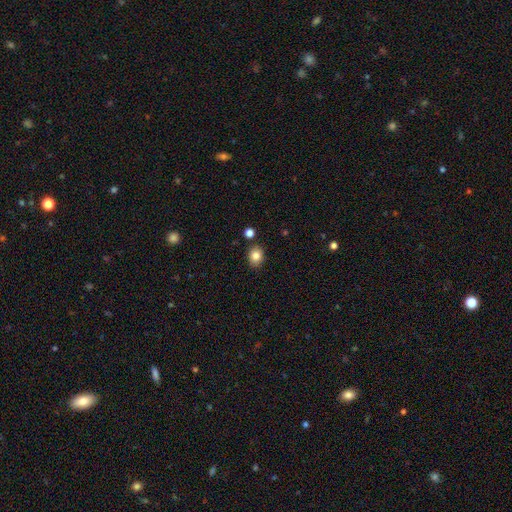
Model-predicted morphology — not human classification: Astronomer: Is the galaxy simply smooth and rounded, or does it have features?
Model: smooth — 83%.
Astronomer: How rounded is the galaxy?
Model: round — 59% (runner-up: in between, 40%).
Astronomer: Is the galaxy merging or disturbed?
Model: none — 85%.